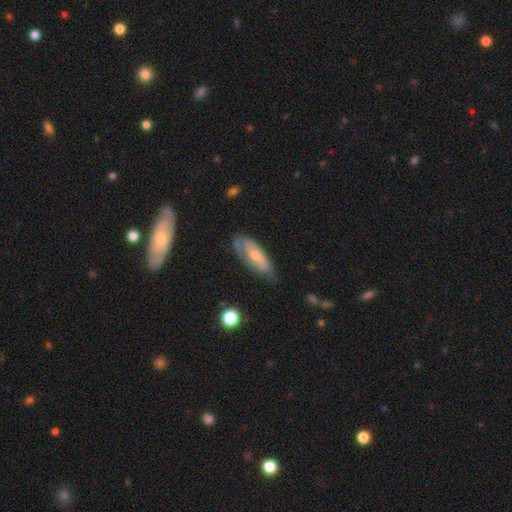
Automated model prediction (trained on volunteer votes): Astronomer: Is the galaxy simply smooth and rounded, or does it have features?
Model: smooth — 48% (runner-up: featured or disk, 45%).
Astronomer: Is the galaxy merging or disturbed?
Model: none — 60%.